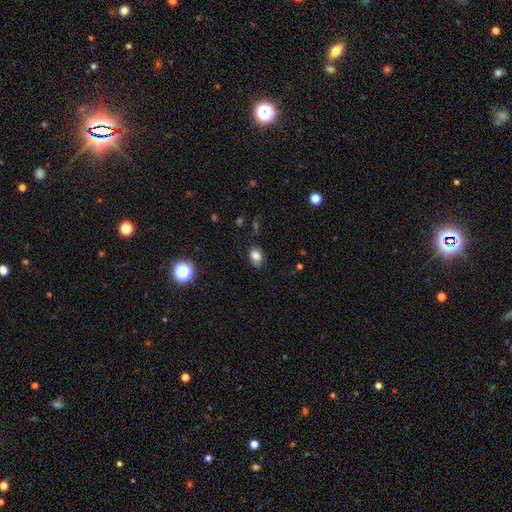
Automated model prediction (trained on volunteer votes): Smooth or featured? smooth (80%)
How rounded? in between (77%)
Merging? none (69%)